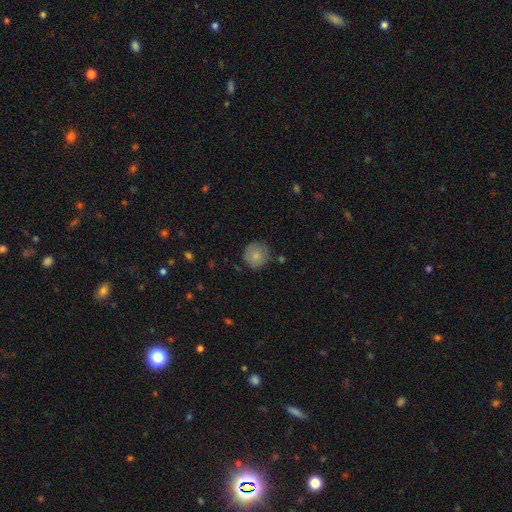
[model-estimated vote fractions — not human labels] The model was most divided on "merging": none: 80%, minor disturbance: 14%, major disturbance: 3%, merger: 2%. More confident: how rounded — round (94%); smooth or featured — smooth (80%).